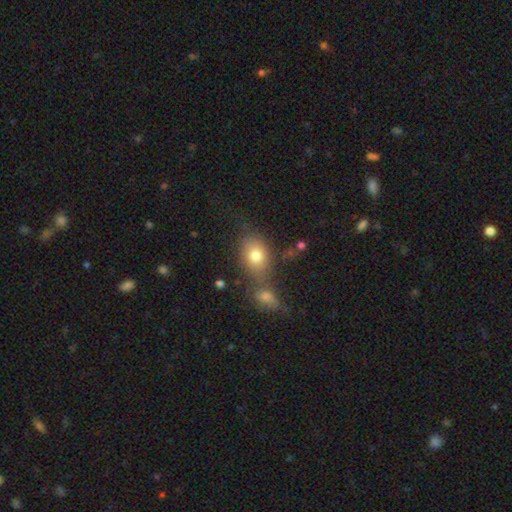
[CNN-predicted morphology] smooth 78%, featured or disk 12%, star or artifact 10%. Down the decision tree: how rounded — in between (68%); merging — none (47%).